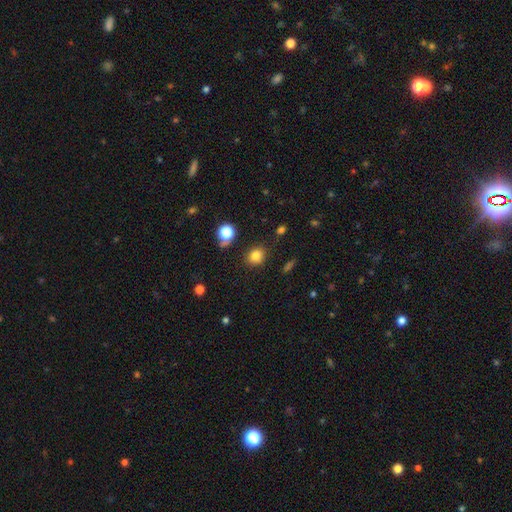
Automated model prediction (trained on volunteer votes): A smooth galaxy with no disk features (81%) that is round (68%).

Vote fractions:
- Smooth or featured? smooth: 81% / star or artifact: 13% / featured or disk: 6%
- How rounded? round: 68% / in between: 31% / cigar-shaped: 1%
- Merging? none: 84% / minor disturbance: 10% / major disturbance: 3% / merger: 3%